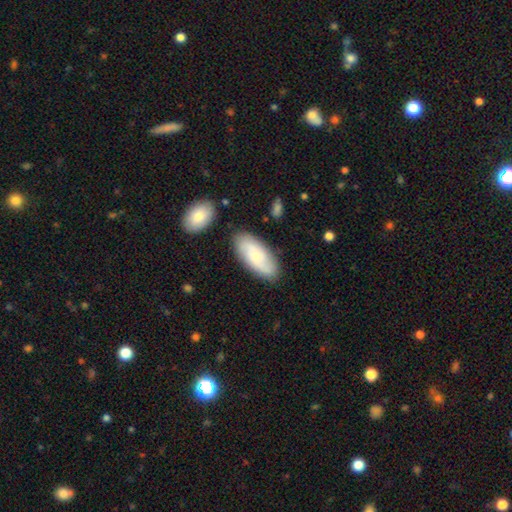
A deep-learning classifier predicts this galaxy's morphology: Overall: smooth (59%; featured or disk 35%). How rounded: in between (87%). Merging: none (80%).